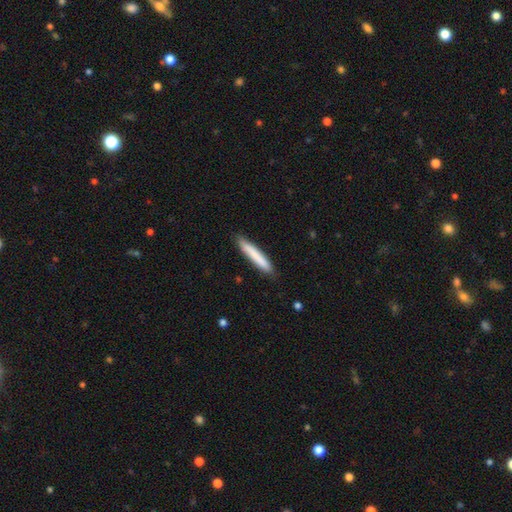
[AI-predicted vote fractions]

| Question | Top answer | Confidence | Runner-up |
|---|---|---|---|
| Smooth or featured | smooth | 80% | featured or disk (15%) |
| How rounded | cigar-shaped | 94% | in between (5%) |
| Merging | none | 88% | minor disturbance (9%) |